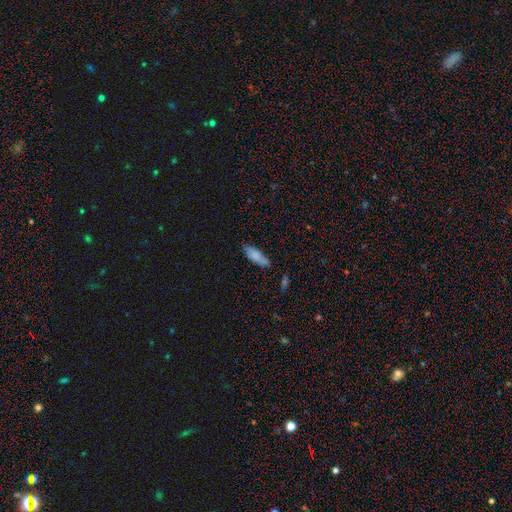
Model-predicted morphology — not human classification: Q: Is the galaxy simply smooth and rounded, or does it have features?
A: smooth — 74%.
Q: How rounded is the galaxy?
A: in between — 64%.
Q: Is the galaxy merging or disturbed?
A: none — 68%.